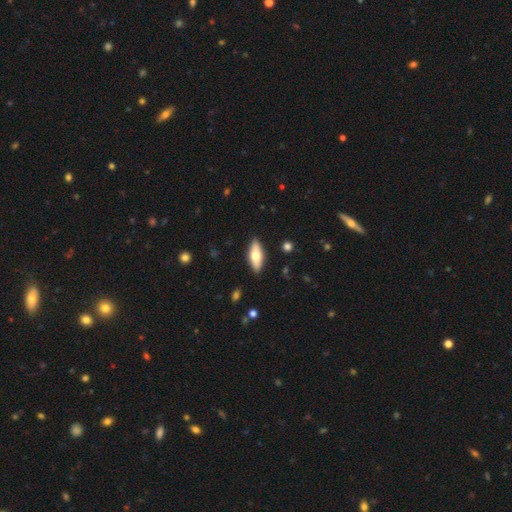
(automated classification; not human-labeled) The model was most divided on "smooth or featured": smooth: 63%, featured or disk: 31%, star or artifact: 6%. More confident: merging — none (88%); how rounded — in between (70%).